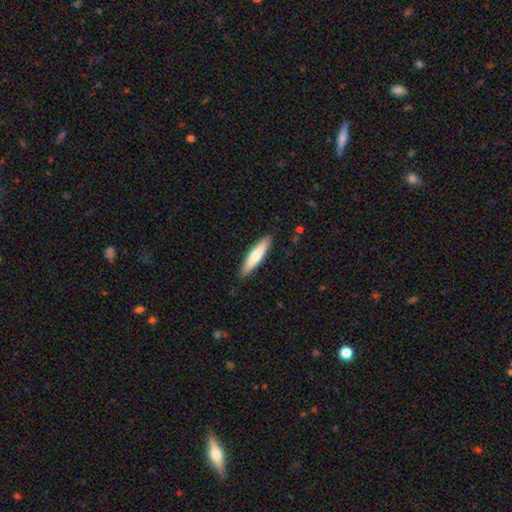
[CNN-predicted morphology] This appears to be a smooth galaxy with no disk features (67%) that is cigar-shaped (81%). Merging: none (88%).